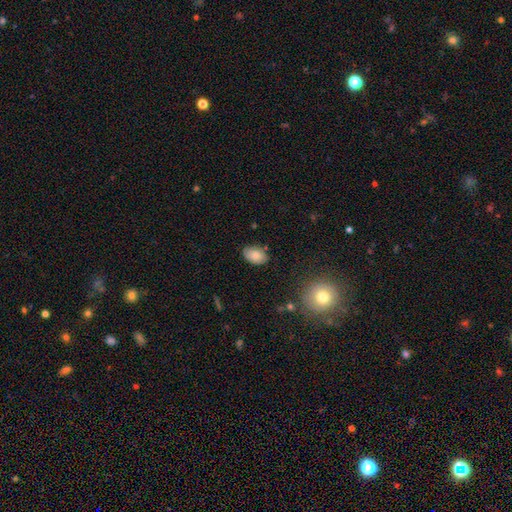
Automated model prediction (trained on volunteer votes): Smooth or featured: smooth — 81% (featured or disk — 10%)
How rounded: in between — 87% (round — 11%)
Merging: none — 80% (minor disturbance — 15%)